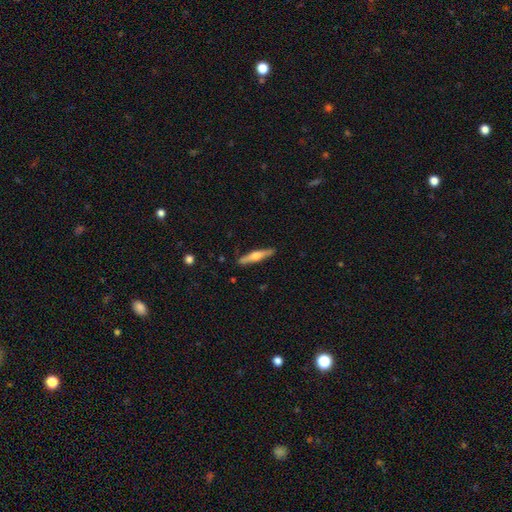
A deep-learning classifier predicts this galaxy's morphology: This is possibly a featured or disk galaxy (59%). It is clearly viewed edge-on (96%). Edge-on bulge: clearly rounded (90%). Merging: clearly none (89%).